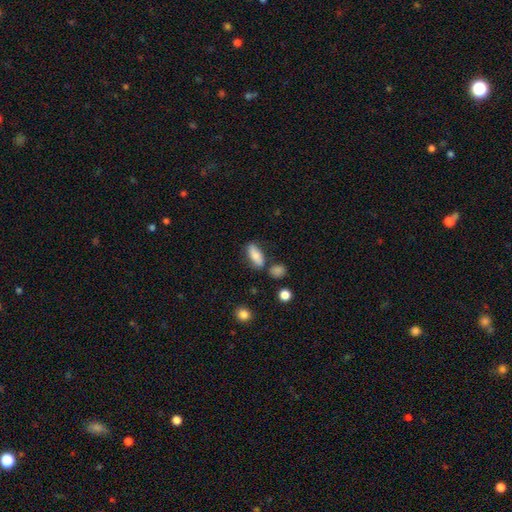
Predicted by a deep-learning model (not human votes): This is clearly a smooth galaxy (82%). How rounded: likely in between (77%). Merging: likely none (72%).